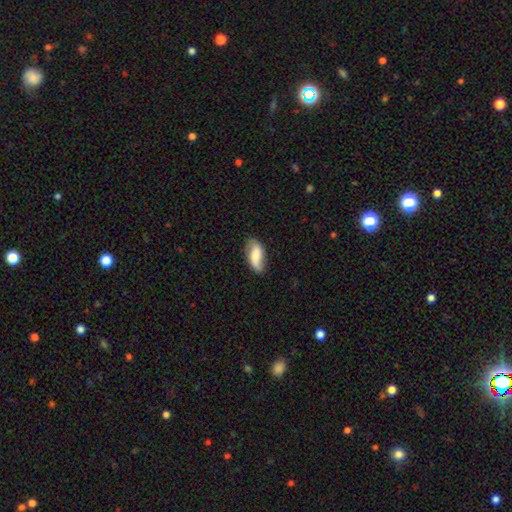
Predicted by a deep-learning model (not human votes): Q: Smooth or featured?
A: smooth (64%); runner-up: featured or disk (29%)
Q: How rounded?
A: in between (84%); runner-up: cigar-shaped (13%)
Q: Merging?
A: none (69%); runner-up: minor disturbance (23%)